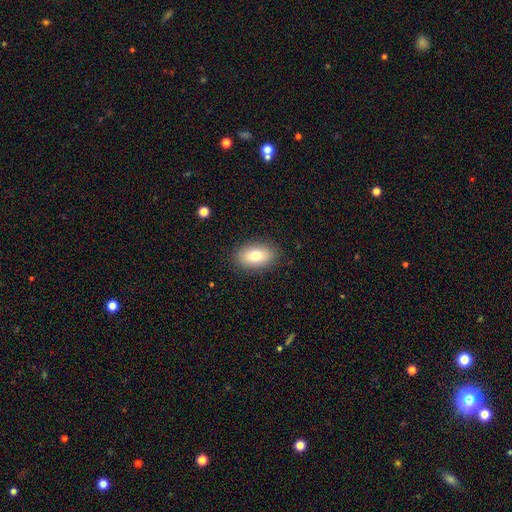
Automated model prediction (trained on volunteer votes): This is likely a smooth galaxy (75%). How rounded: clearly in between (88%). Merging: clearly none (88%).